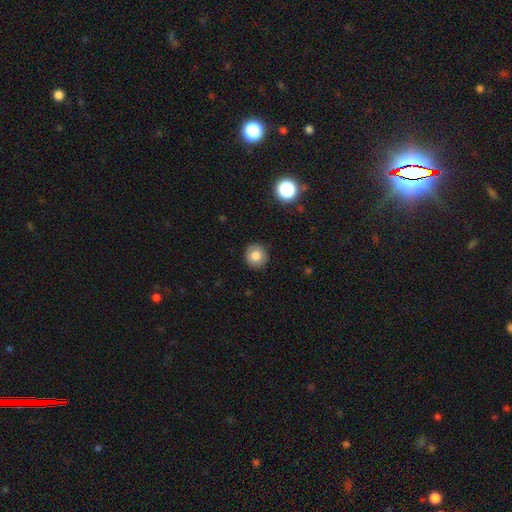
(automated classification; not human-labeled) A smooth galaxy with no disk features (80%) that is round (92%). Merging: none (90%).